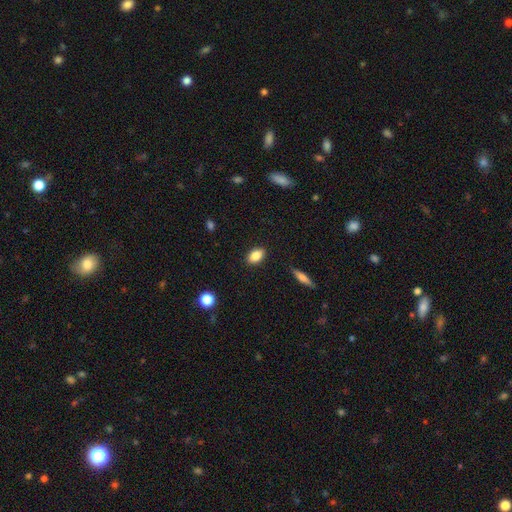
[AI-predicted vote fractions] A smooth galaxy with no disk features (84%) that is in between round and cigar-shaped (86%). Merging: none (88%).